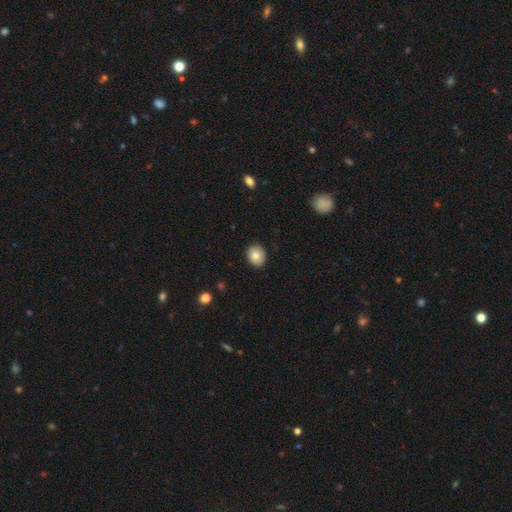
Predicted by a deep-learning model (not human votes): Q: Smooth or featured?
A: smooth (84%); runner-up: star or artifact (8%)
Q: How rounded?
A: round (63%); runner-up: in between (36%)
Q: Merging?
A: none (90%); runner-up: minor disturbance (8%)